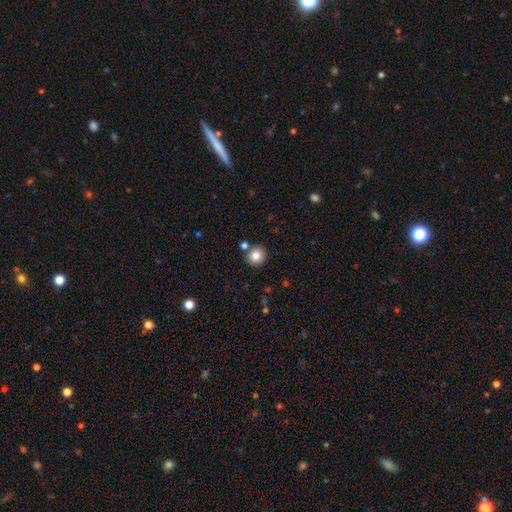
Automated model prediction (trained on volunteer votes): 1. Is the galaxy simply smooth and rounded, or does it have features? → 83% smooth, 10% star or artifact, 7% featured or disk.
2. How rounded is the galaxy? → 92% round, 7% in between, 1% cigar-shaped.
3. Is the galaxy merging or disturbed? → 82% none, 9% merger, 7% minor disturbance, 2% major disturbance.